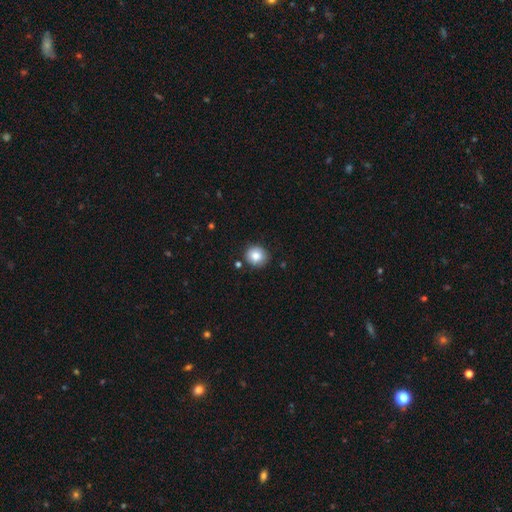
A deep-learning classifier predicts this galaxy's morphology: Overall: smooth (84%). How rounded: round (86%). Merging: none (84%).